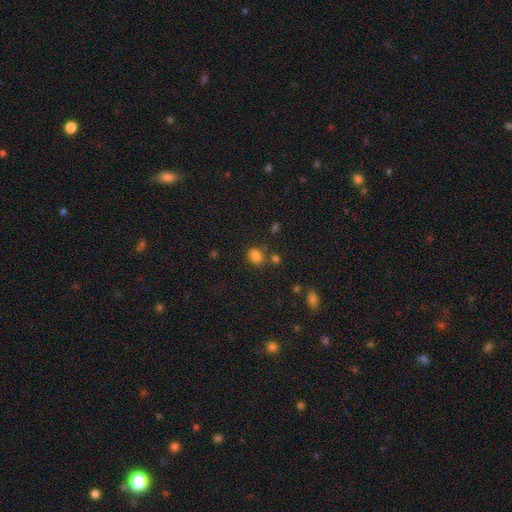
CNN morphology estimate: A smooth galaxy with no disk features (79%) that is in between round and cigar-shaped (65%).

Vote fractions:
- Smooth or featured? smooth: 79% / star or artifact: 15% / featured or disk: 6%
- How rounded? in between: 65% / round: 34% / cigar-shaped: 1%
- Merging? none: 63% / minor disturbance: 17% / merger: 15% / major disturbance: 6%